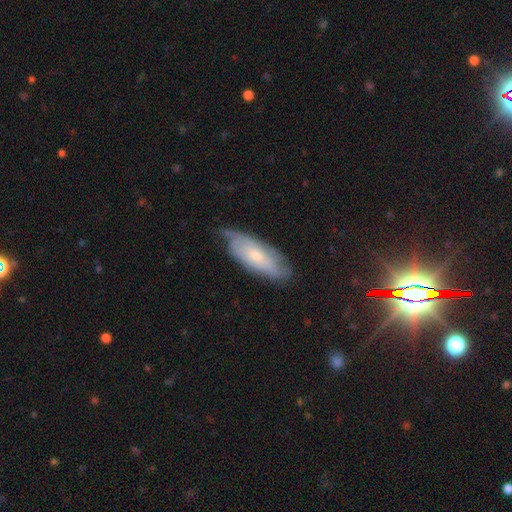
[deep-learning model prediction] Overall: featured or disk (53%; smooth 40%). Edge-on disk: no (79%). Merging: none (59%; minor disturbance 30%).